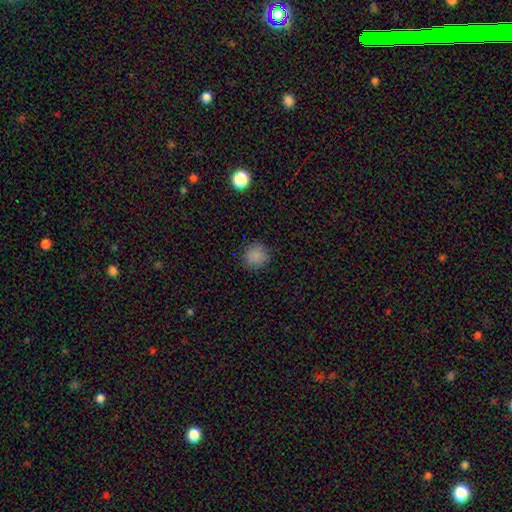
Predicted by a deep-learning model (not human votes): smooth 84%, star or artifact 12%, featured or disk 4%. Down the decision tree: how rounded — round (91%); merging — none (88%).